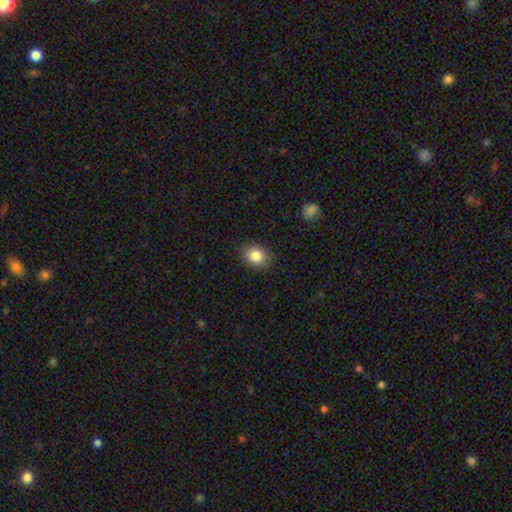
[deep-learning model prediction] Overall: smooth (84%). How rounded: round (54%; in between 45%). Merging: none (88%).